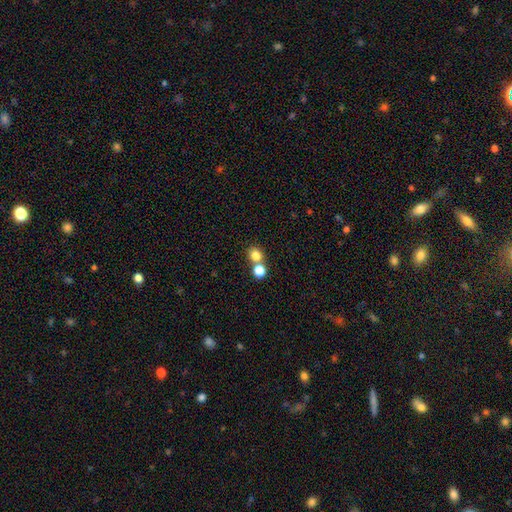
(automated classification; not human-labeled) The model was most divided on "merging": none: 54%, merger: 38%, minor disturbance: 6%, major disturbance: 3%. More confident: smooth or featured — smooth (80%); how rounded — round (78%).